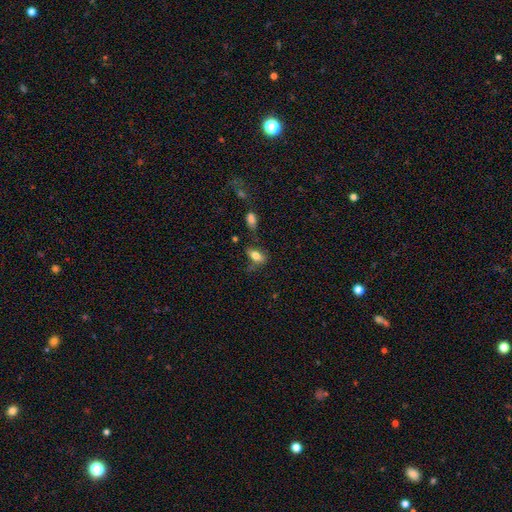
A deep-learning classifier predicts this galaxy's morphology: Overall: smooth (76%). How rounded: in between (85%). Merging: none (54%; minor disturbance 26%).